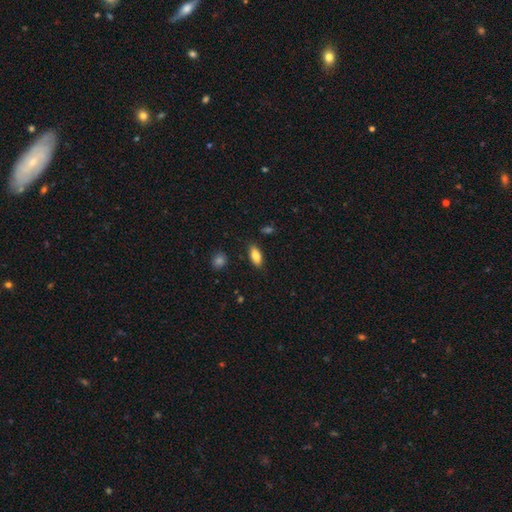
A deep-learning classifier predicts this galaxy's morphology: smooth 82%, featured or disk 10%, star or artifact 7%. Down the decision tree: how rounded — in between (84%); merging — none (85%).